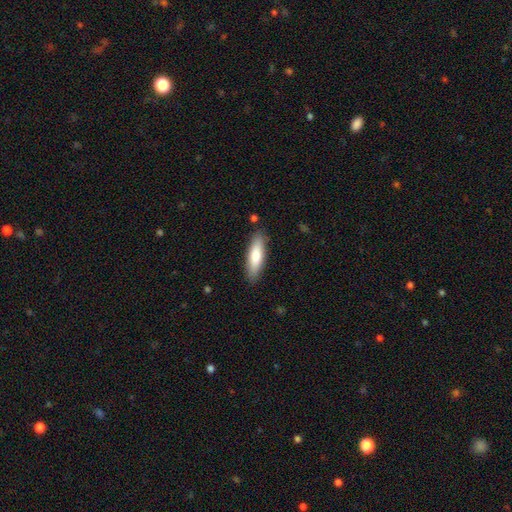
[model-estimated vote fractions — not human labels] Smooth or featured? smooth (76%)
How rounded? cigar-shaped (60%)
Merging? none (86%)